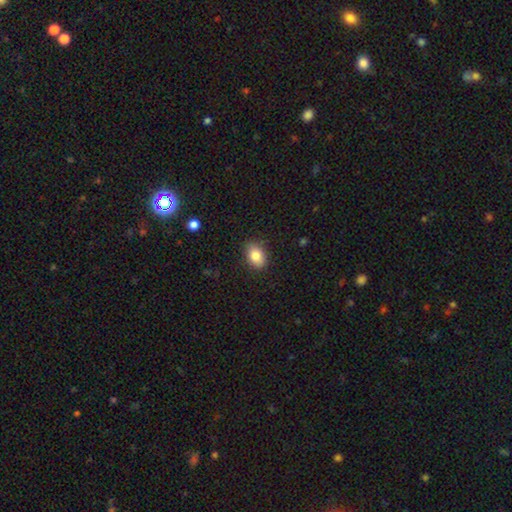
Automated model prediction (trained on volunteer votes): smooth_or_featured: smooth (p=0.83) [alt: featured or disk p=0.09]
how_rounded: in between (p=0.80) [alt: round p=0.19]
merging: none (p=0.85) [alt: minor disturbance p=0.11]